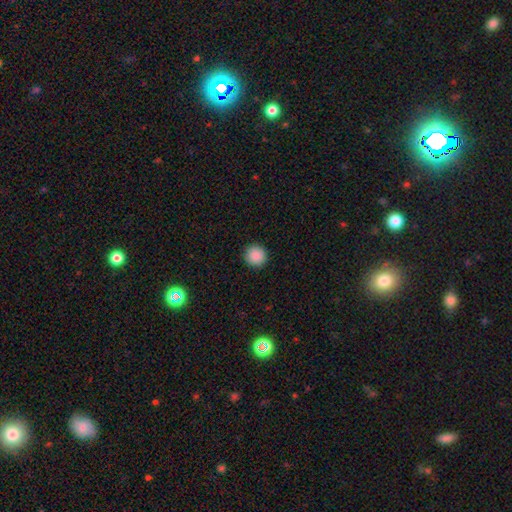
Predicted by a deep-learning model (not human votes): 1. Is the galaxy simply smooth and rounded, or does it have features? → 89% smooth, 8% star or artifact, 2% featured or disk.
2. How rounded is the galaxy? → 95% round, 4% in between, 1% cigar-shaped.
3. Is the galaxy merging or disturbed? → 93% none, 5% minor disturbance, 2% major disturbance, 1% merger.